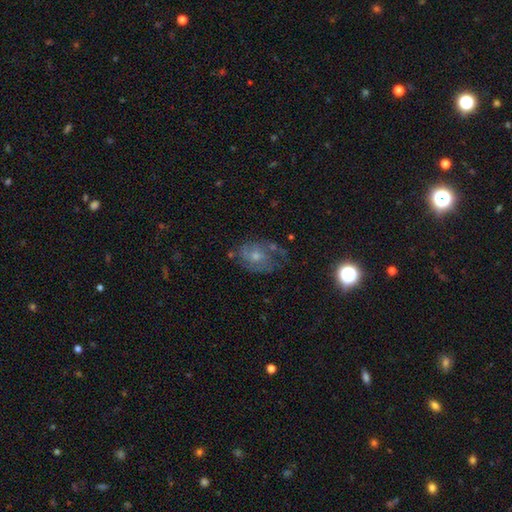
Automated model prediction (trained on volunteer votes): A featured or disk galaxy (66%) with no bar (75%), 2 (37%) medium (42%) spiral arms (81%) and a small central bulge (49%). Merging: none (50%).